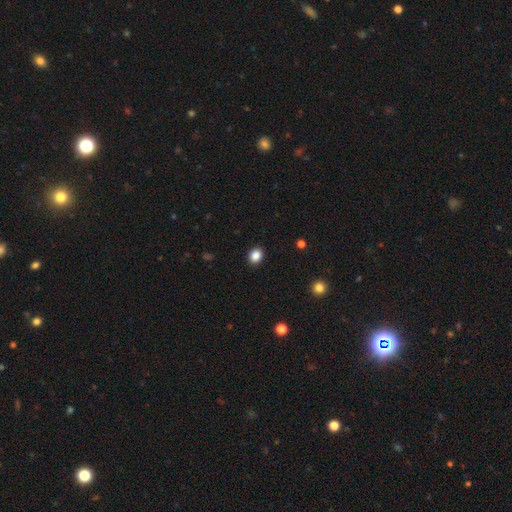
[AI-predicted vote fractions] smooth 87%, star or artifact 10%, featured or disk 3%. Down the decision tree: how rounded — round (50%); merging — none (91%).